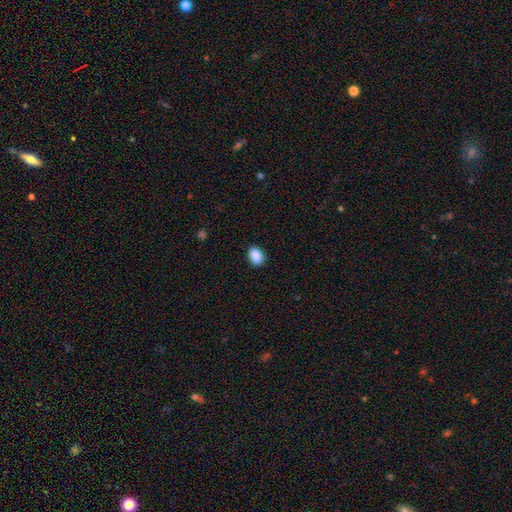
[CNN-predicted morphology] This is clearly a smooth galaxy (89%). How rounded: likely in between (76%). Merging: clearly none (88%).